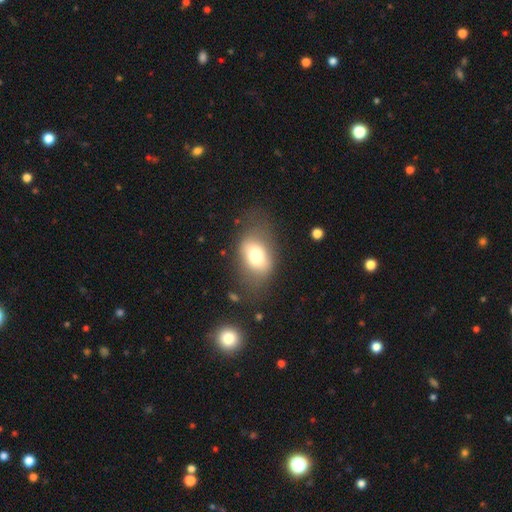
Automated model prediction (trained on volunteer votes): Smooth or featured? smooth (70%)
How rounded? in between (82%)
Merging? none (58%)